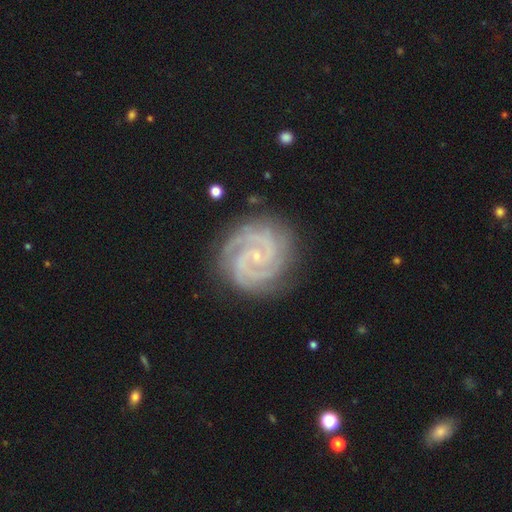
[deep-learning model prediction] Smooth or featured? featured or disk (92%)
Edge-on disk? no (98%)
Bar? no (62%)
Spiral arms? yes (99%)
Spiral winding? tight (76%)
Spiral arm count? 2 (62%)
Bulge size? small (84%)
Merging? none (82%)